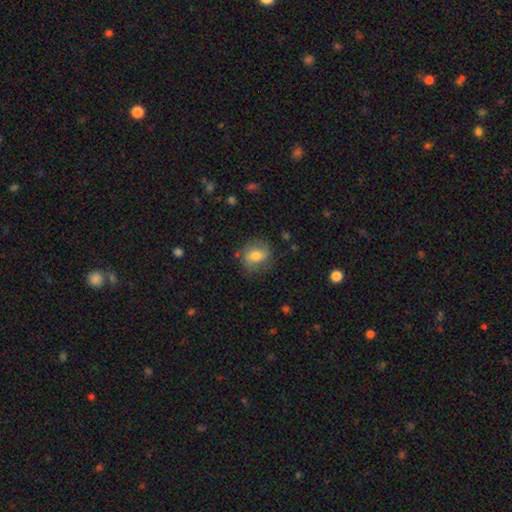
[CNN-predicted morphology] Smooth or featured: smooth — 63% (featured or disk — 28%)
How rounded: round — 66% (in between — 33%)
Merging: none — 73% (minor disturbance — 19%)